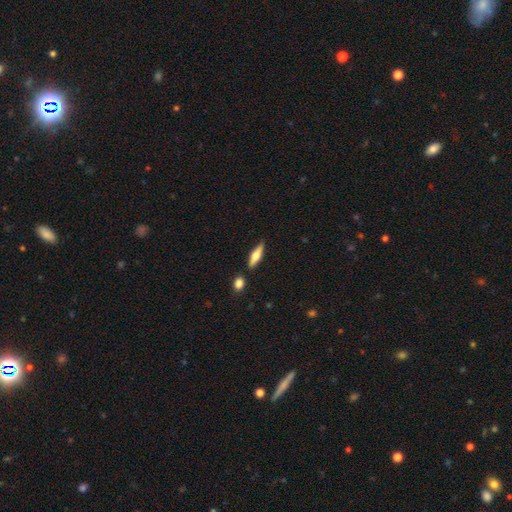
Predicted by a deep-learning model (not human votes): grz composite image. It shows a smooth galaxy with no disk features (53%) that is cigar-shaped (58%). Merging: none (84%).